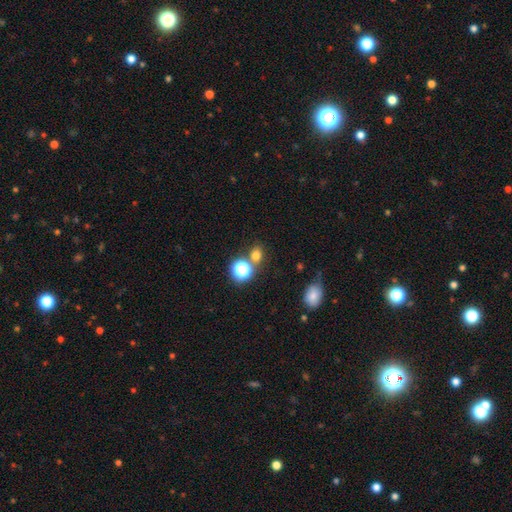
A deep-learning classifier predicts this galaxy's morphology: smooth-or-featured: smooth: 69% | star or artifact: 24% | featured or disk: 7%
  how-rounded: round: 67% | in between: 31% | cigar-shaped: 1%
  merging: none: 69% | merger: 18% | minor disturbance: 9% | major disturbance: 4%